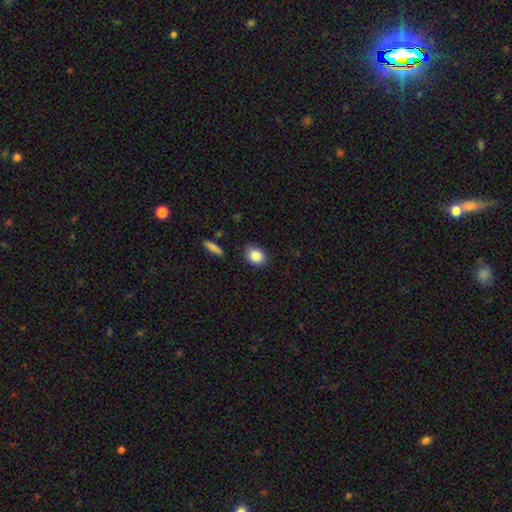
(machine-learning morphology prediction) smooth 86%, star or artifact 8%, featured or disk 6%. Down the decision tree: how rounded — in between (65%); merging — none (86%).